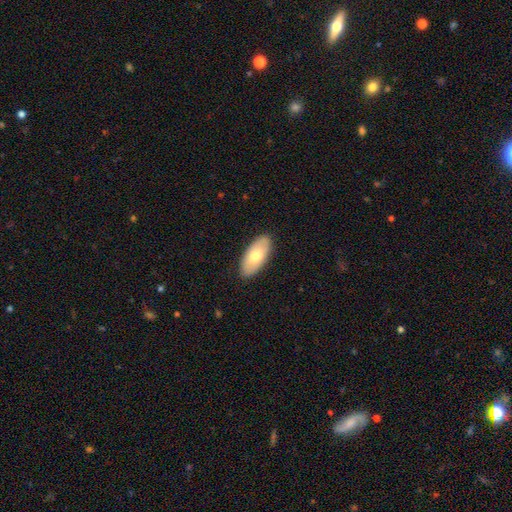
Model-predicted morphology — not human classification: Overall: smooth (73%). How rounded: in between (91%). Merging: none (89%).